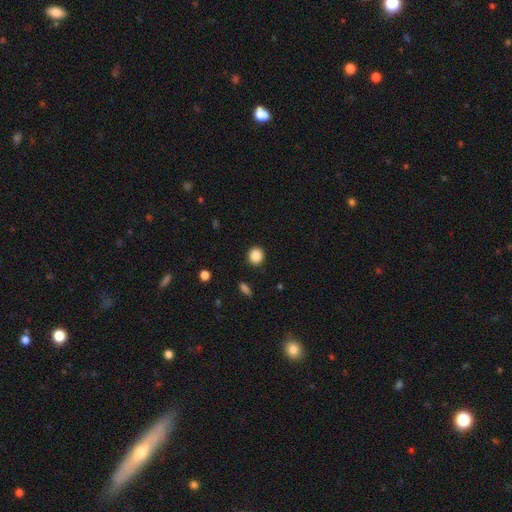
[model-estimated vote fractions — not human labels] This is clearly a smooth galaxy (87%). How rounded: clearly round (84%). Merging: clearly none (92%).